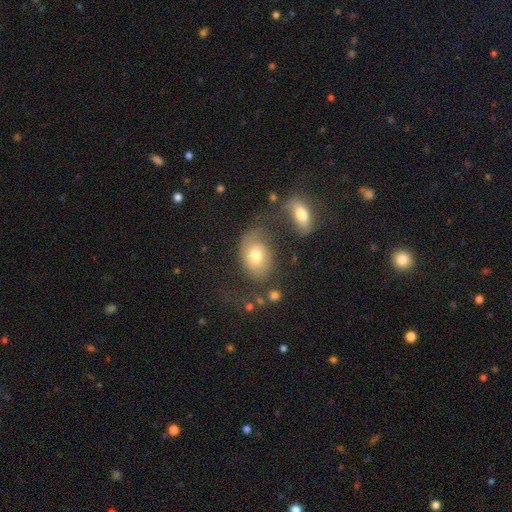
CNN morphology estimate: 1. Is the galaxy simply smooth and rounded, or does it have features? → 59% smooth, 31% featured or disk, 10% star or artifact.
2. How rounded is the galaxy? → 74% in between, 25% round, 1% cigar-shaped.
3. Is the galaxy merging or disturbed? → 49% none, 19% minor disturbance, 16% major disturbance, 16% merger.